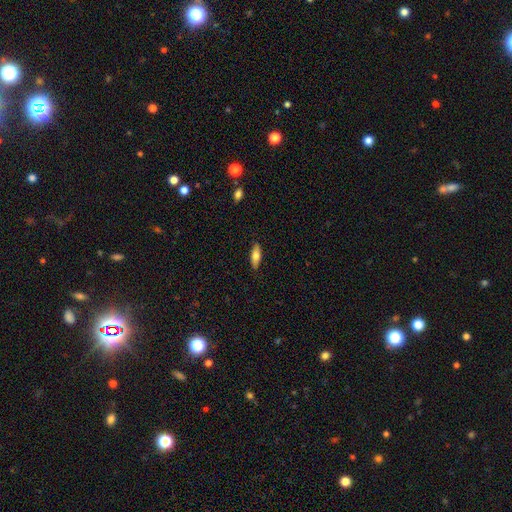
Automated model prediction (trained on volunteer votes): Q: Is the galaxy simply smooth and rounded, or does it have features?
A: smooth — 71%.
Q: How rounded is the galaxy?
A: in between — 70%.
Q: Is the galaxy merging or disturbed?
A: none — 87%.